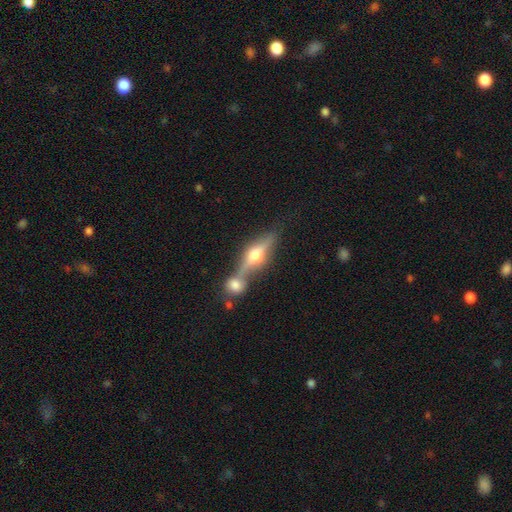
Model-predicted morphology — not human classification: Smooth or featured? Predicted: featured or disk (p=0.64). Edge-on disk? Predicted: yes (p=0.87). Edge-on bulge? Predicted: rounded (p=0.95). Merging? Predicted: none (p=0.46).